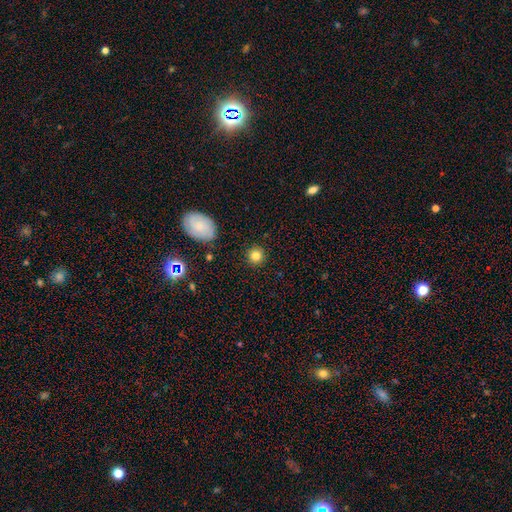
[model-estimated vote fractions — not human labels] Smooth or featured? Predicted: smooth (p=0.81). How rounded? Predicted: round (p=0.92). Merging? Predicted: none (p=0.89).